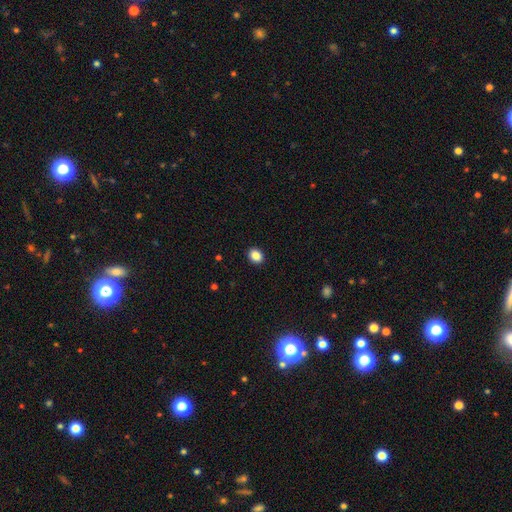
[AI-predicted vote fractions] Smooth or featured? smooth (88%)
How rounded? in between (51%)
Merging? none (92%)